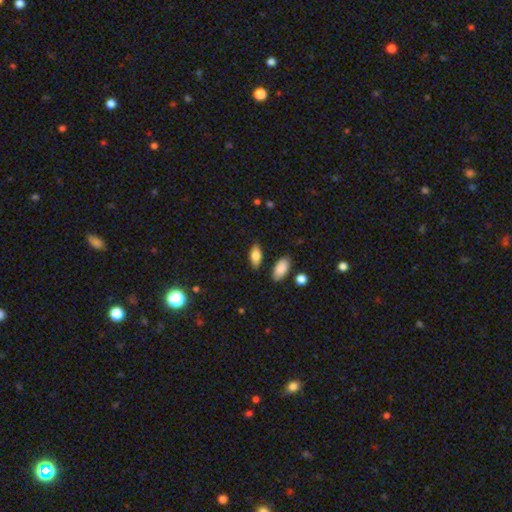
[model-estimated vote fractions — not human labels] Morphology: type=smooth (83%); roundness=in between (88%); merging=none (83%).